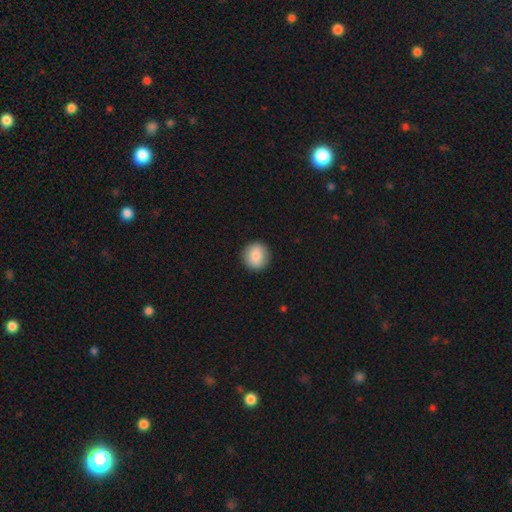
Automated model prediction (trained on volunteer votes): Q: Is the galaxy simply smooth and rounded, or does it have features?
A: smooth — 86%.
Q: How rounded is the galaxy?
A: round — 92%.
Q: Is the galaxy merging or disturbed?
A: none — 91%.